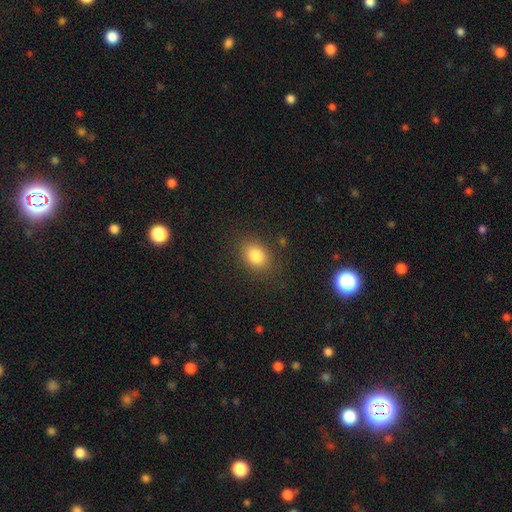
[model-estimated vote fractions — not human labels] smooth_or_featured: smooth (p=0.83) [alt: star or artifact p=0.10]
how_rounded: in between (p=0.67) [alt: round p=0.32]
merging: none (p=0.83) [alt: minor disturbance p=0.11]